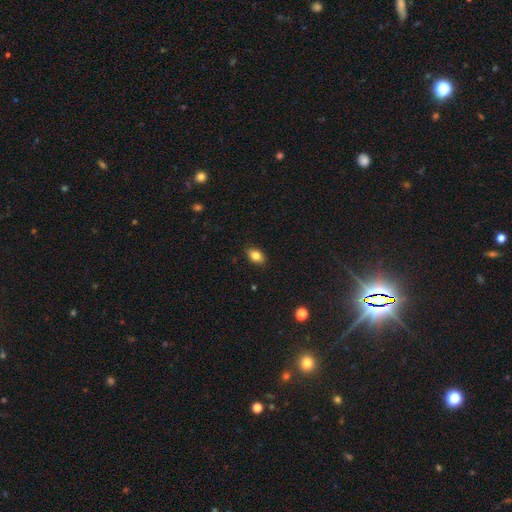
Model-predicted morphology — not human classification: Smooth or featured? smooth (82%)
How rounded? in between (85%)
Merging? none (87%)